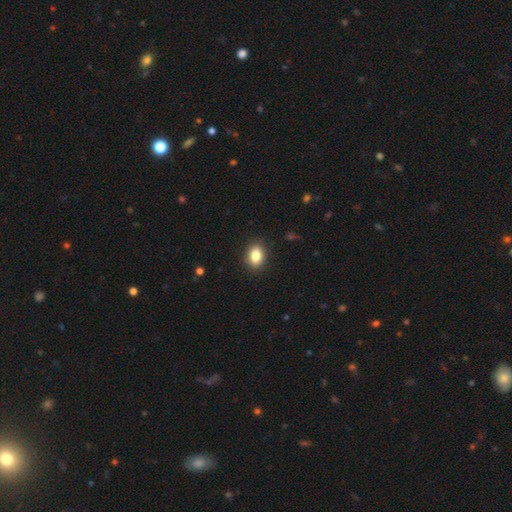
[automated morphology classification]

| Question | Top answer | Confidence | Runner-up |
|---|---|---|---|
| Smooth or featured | smooth | 86% | star or artifact (8%) |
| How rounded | in between | 74% | round (25%) |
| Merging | none | 89% | minor disturbance (8%) |